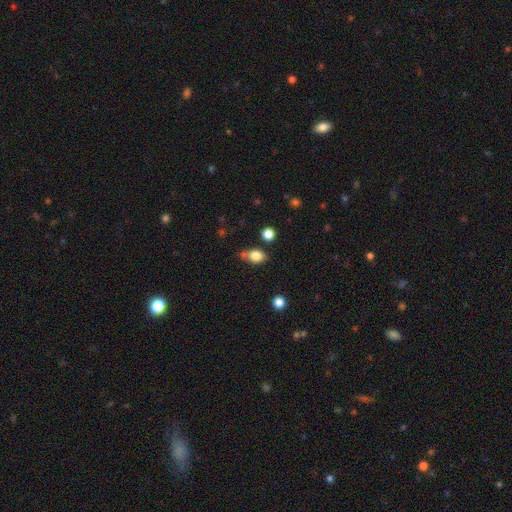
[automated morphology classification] A smooth galaxy with no disk features (83%) that is in between round and cigar-shaped (74%).

Vote fractions:
- Smooth or featured? smooth: 83% / star or artifact: 10% / featured or disk: 7%
- How rounded? in between: 74% / round: 24% / cigar-shaped: 2%
- Merging? none: 59% / minor disturbance: 24% / merger: 11% / major disturbance: 6%